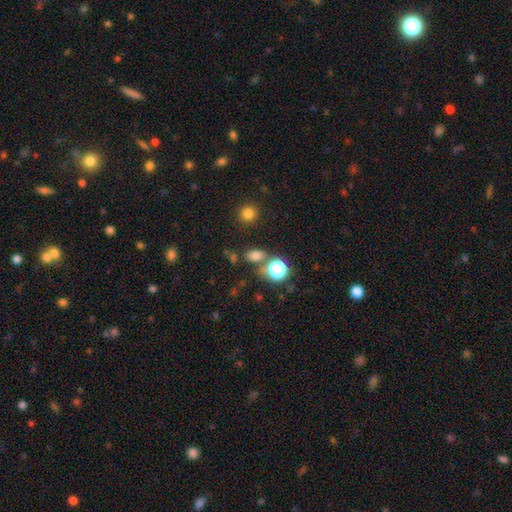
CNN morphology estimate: This appears to be a smooth galaxy with no disk features (48%). Merging: none (76%).